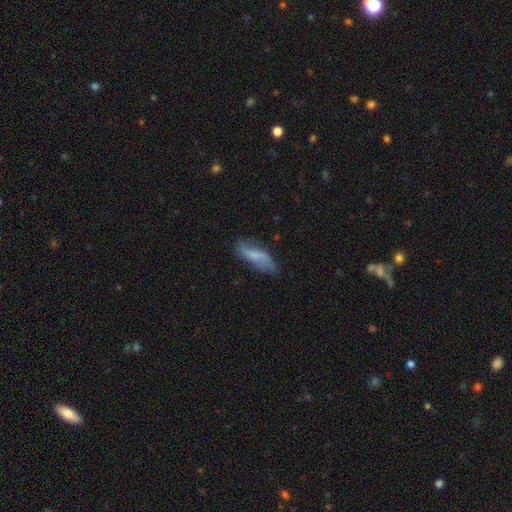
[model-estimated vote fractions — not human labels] The model was most divided on "smooth or featured": smooth: 51%, featured or disk: 41%, star or artifact: 8%. More confident: merging — none (68%); how rounded — in between (59%).